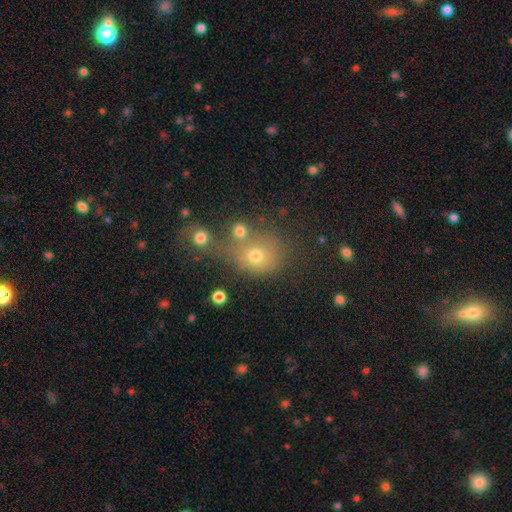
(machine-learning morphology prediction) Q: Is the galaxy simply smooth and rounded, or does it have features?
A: smooth — 70%.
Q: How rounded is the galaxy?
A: round — 70%.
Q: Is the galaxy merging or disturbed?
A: none — 40%.